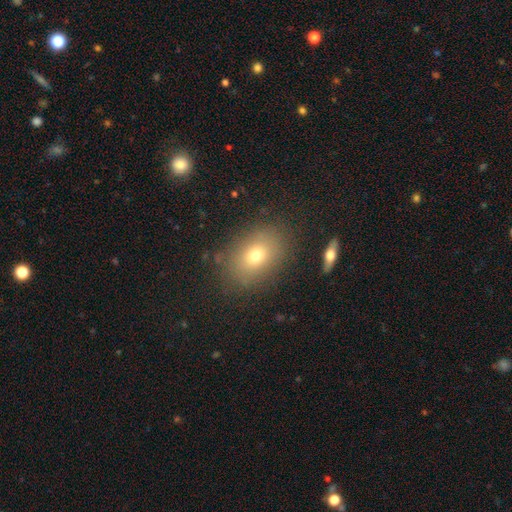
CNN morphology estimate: Smooth or featured? smooth (71%)
How rounded? in between (77%)
Merging? none (82%)